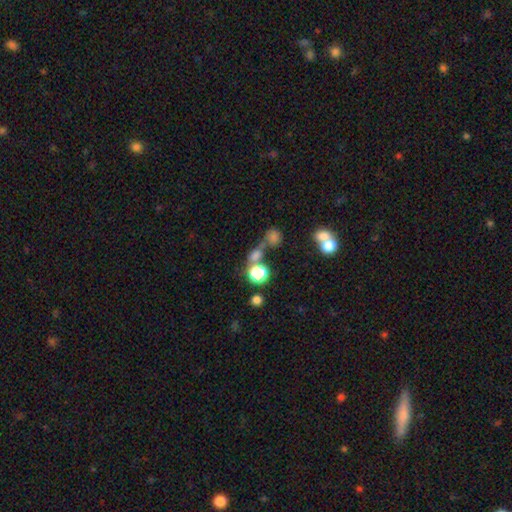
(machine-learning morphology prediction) smooth_or_featured: smooth (p=0.67) [alt: star or artifact p=0.24]
how_rounded: round (p=0.70) [alt: in between p=0.27]
merging: none (p=0.51) [alt: merger p=0.33]